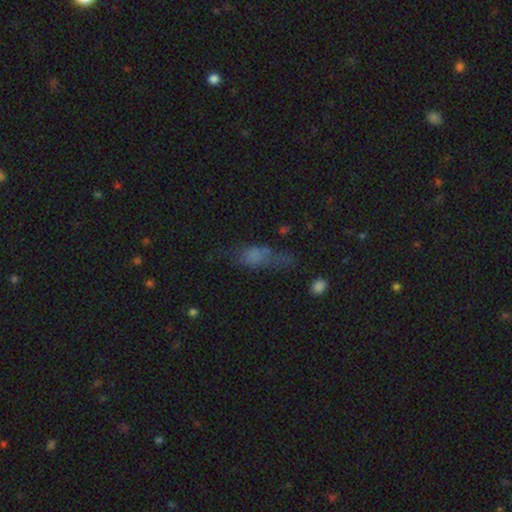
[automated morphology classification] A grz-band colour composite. It shows a smooth galaxy with no disk features (60%) that is in between round and cigar-shaped (60%). Merging: none (39%).